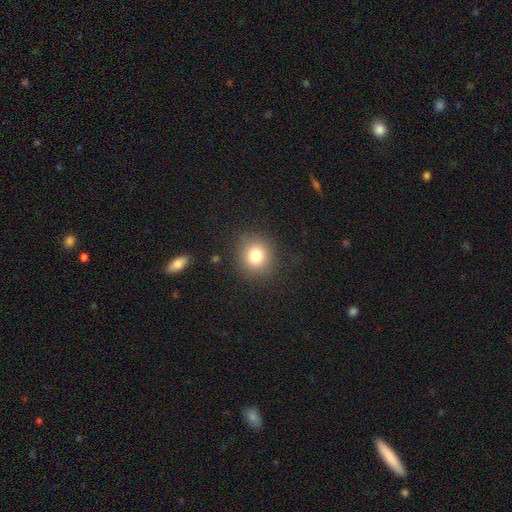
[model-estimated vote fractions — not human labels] smooth-or-featured: smooth: 79% | star or artifact: 12% | featured or disk: 9%
  how-rounded: round: 85% | in between: 14% | cigar-shaped: 1%
  merging: none: 87% | minor disturbance: 8% | major disturbance: 4% | merger: 1%